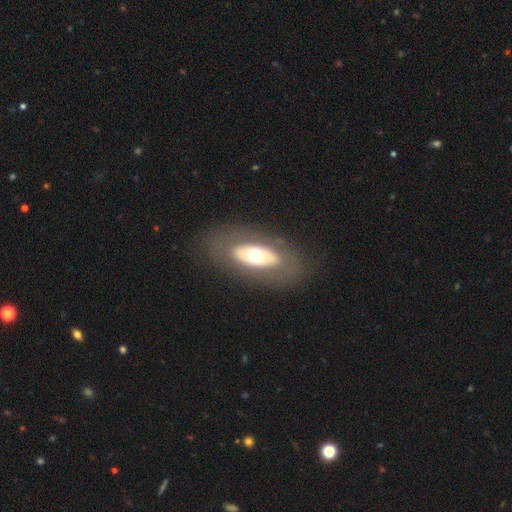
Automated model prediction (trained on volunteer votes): Smooth or featured? featured or disk (46%, tied with smooth)
Merging? none (81%)